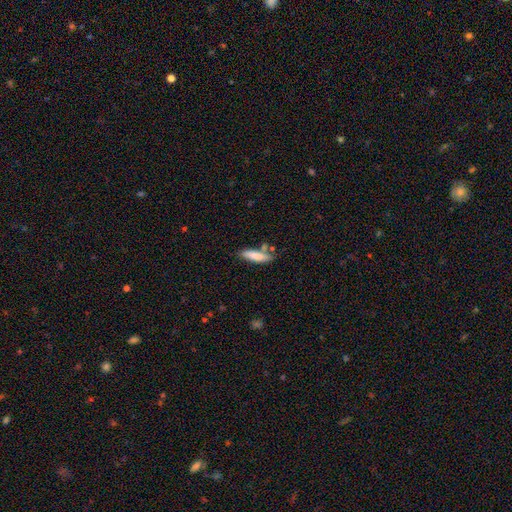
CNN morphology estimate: Overall: smooth (81%). How rounded: cigar-shaped (69%). Merging: none (67%).